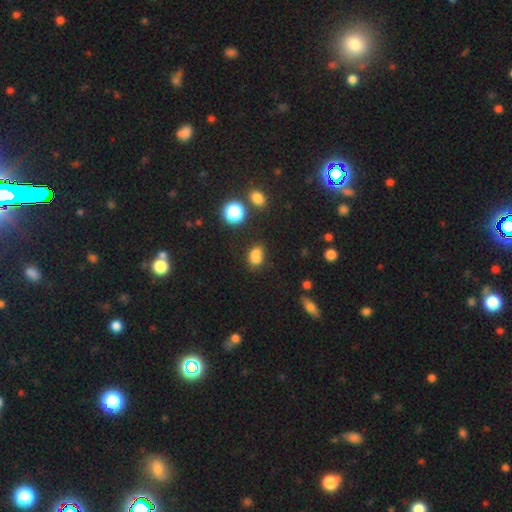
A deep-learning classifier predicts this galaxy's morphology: Smooth or featured: smooth — 73% (star or artifact — 16%)
How rounded: in between — 59% (round — 40%)
Merging: merger — 39% (tied with none — 39%)